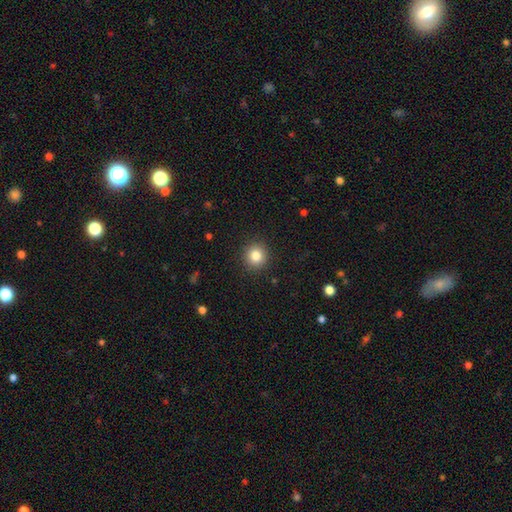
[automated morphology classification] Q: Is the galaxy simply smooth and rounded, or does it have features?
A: smooth — 83%.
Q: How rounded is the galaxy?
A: round — 92%.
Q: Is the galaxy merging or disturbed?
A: none — 91%.